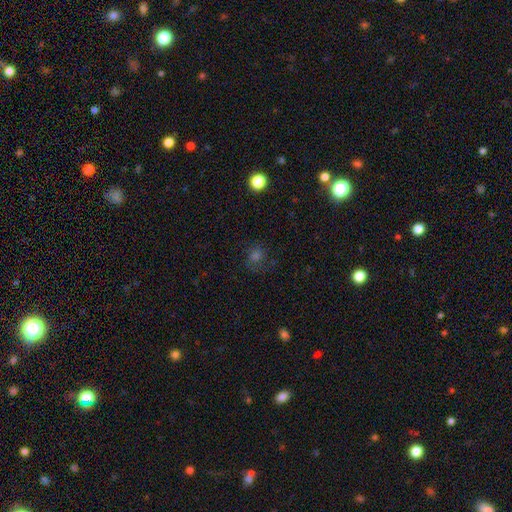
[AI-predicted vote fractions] Smooth or featured: smooth — 52% (star or artifact — 32%)
How rounded: round — 82% (in between — 17%)
Merging: none — 74% (minor disturbance — 15%)